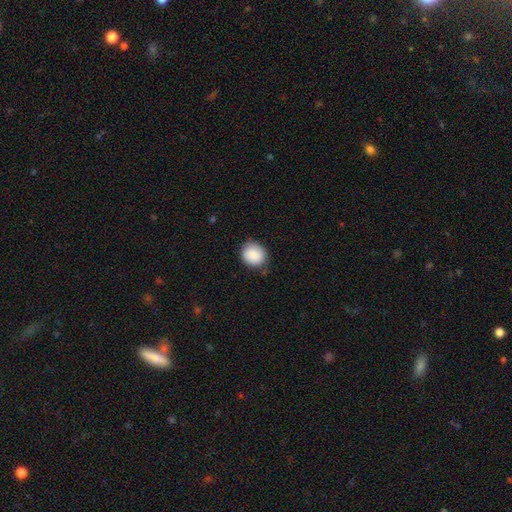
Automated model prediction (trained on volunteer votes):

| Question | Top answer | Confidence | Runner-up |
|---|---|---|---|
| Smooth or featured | smooth | 88% | star or artifact (7%) |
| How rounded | round | 74% | in between (25%) |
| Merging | none | 77% | minor disturbance (18%) |